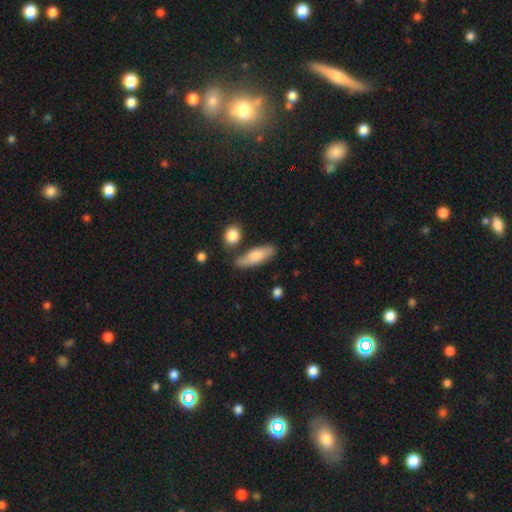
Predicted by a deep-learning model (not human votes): Smooth or featured?
  - smooth: 75% *
  - featured or disk: 20%
  - star or artifact: 6%
How rounded?
  - in between: 59% *
  - cigar-shaped: 38%
  - round: 3%
Merging?
  - none: 74% *
  - minor disturbance: 14%
  - merger: 8%
  - major disturbance: 3%